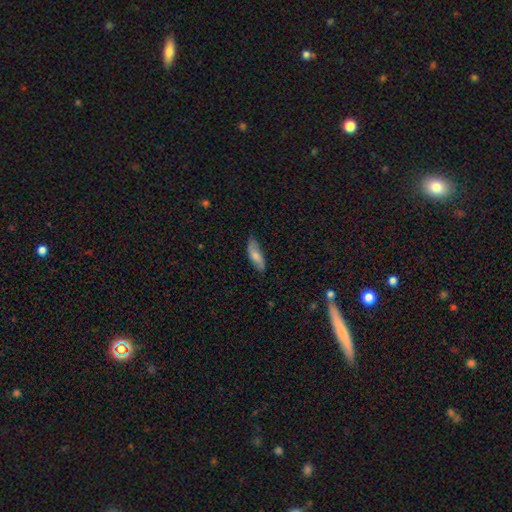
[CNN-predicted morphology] smooth 72%, featured or disk 22%, star or artifact 6%. Down the decision tree: how rounded — in between (61%); merging — none (75%).